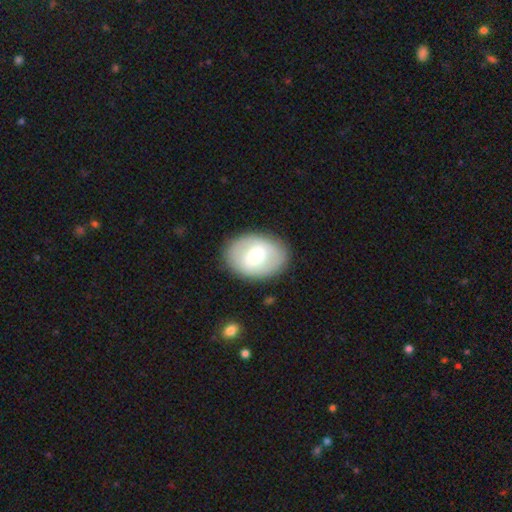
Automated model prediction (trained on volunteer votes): smooth_or_featured: smooth (p=0.51) [alt: featured or disk p=0.43]
how_rounded: in between (p=0.74) [alt: round p=0.25]
merging: none (p=0.85) [alt: minor disturbance p=0.10]